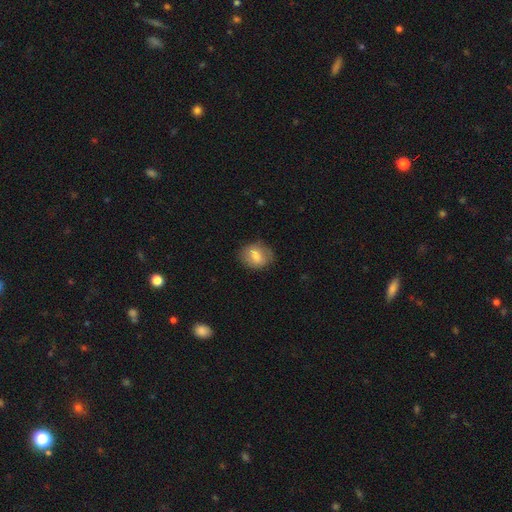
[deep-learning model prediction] Smooth or featured? Predicted: smooth (p=0.70). How rounded? Predicted: in between (p=0.56). Merging? Predicted: none (p=0.78).